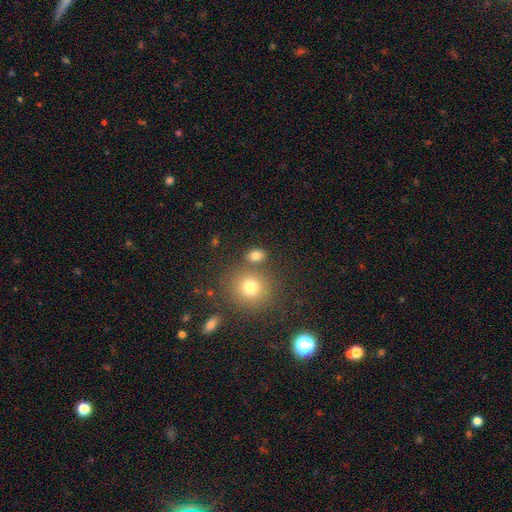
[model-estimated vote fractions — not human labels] This is likely a smooth galaxy (77%). How rounded: possibly in between (55%). Merging: likely none (70%).